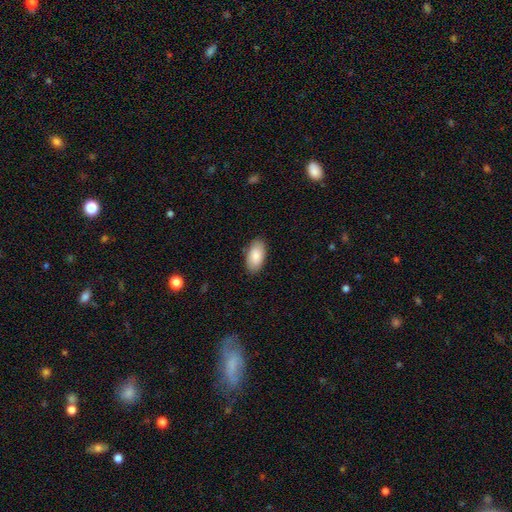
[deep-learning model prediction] This appears to be a smooth galaxy with no disk features (88%) that is in between round and cigar-shaped (95%). Merging: none (87%).